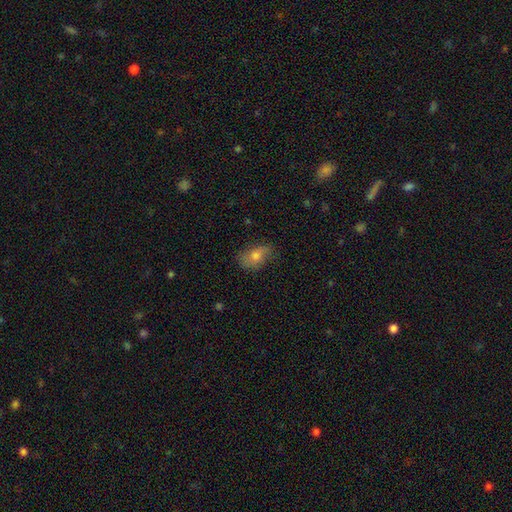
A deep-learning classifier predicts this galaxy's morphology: Smooth or featured? Predicted: smooth (p=0.63). How rounded? Predicted: in between (p=0.83). Merging? Predicted: none (p=0.68).